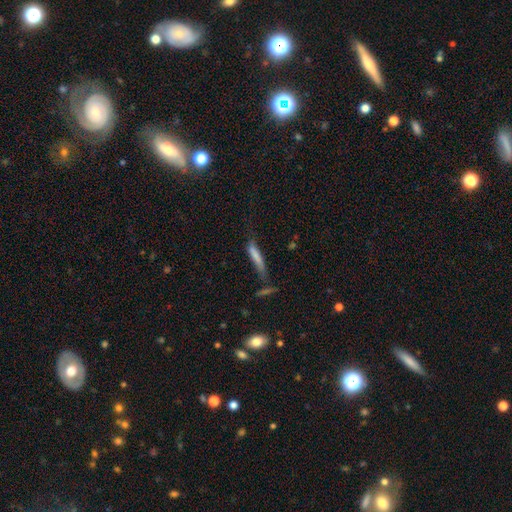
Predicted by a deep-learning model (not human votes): Smooth or featured? smooth (71%)
How rounded? cigar-shaped (87%)
Merging? none (42%)